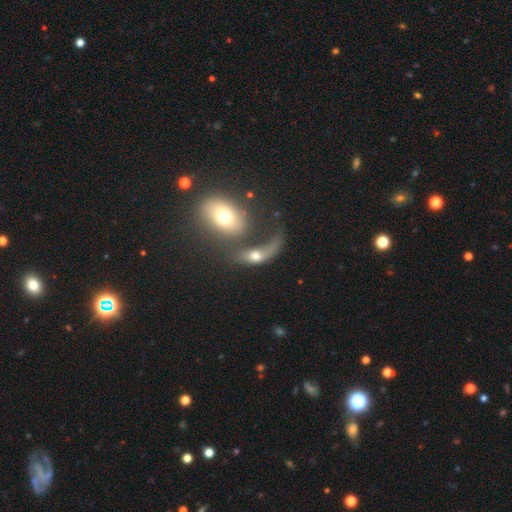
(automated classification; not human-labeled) smooth_or_featured: smooth (p=0.54) [alt: featured or disk p=0.35]
how_rounded: in between (p=0.69) [alt: round p=0.20]
merging: merger (p=0.44) [alt: major disturbance p=0.29]